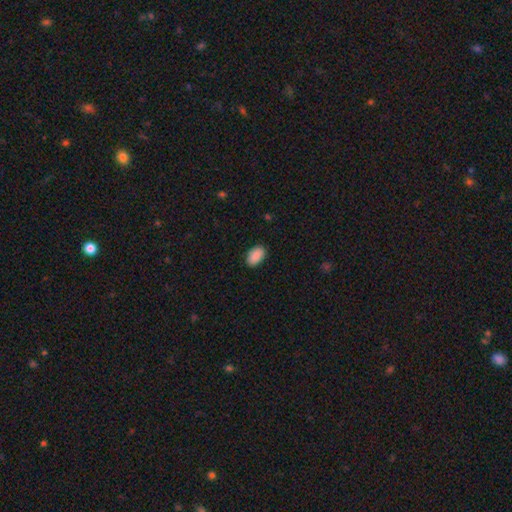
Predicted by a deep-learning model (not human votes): This appears to be a smooth galaxy with no disk features (91%) that is in between round and cigar-shaped (93%). Merging: none (88%).